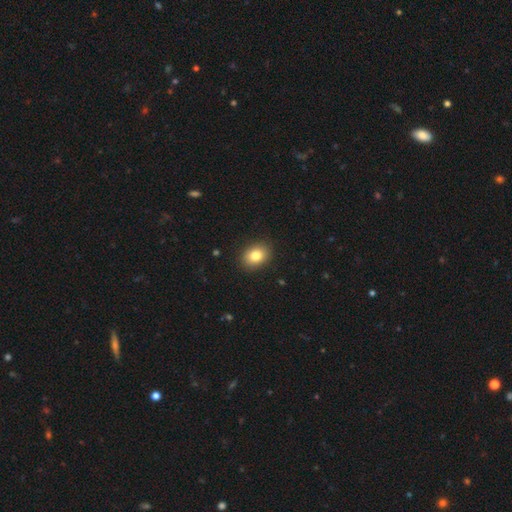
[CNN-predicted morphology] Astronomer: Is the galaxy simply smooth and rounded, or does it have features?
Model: smooth — 83%.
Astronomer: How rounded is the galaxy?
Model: in between — 66%.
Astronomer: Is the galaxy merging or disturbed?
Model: none — 89%.